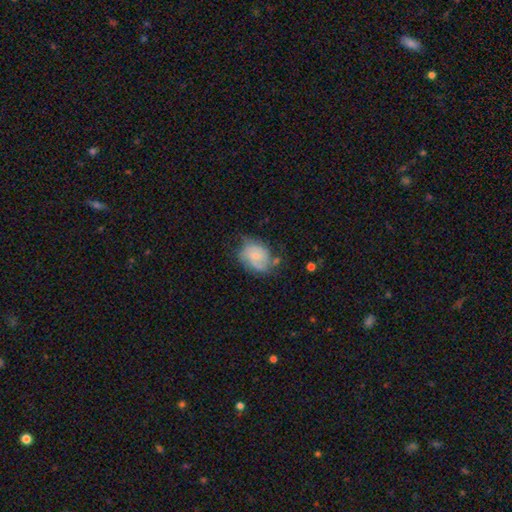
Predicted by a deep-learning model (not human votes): Smooth or featured?
  - featured or disk: 51% *
  - smooth: 42%
  - star or artifact: 8%
Edge-on disk?
  - no: 97% *
  - yes: 3%
Merging?
  - none: 46% *
  - minor disturbance: 32%
  - major disturbance: 16%
  - merger: 6%